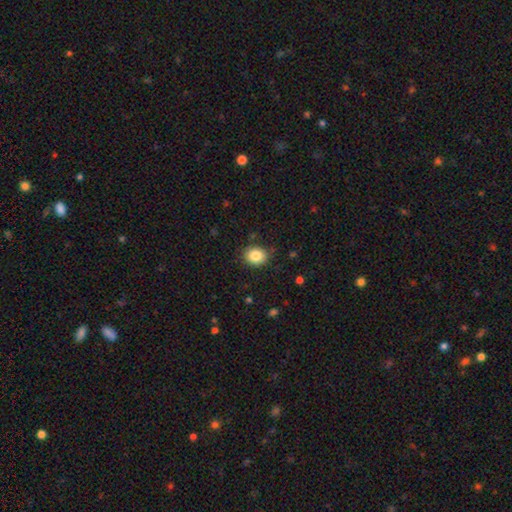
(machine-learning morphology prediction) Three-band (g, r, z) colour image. It shows a smooth galaxy with no disk features (85%) that is round (59%). Merging: none (85%).